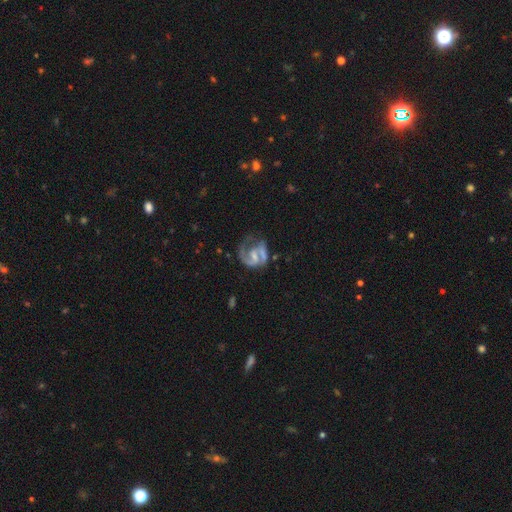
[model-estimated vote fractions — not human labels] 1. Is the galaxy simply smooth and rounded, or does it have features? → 83% featured or disk, 11% smooth, 6% star or artifact.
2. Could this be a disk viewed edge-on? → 98% no, 2% yes.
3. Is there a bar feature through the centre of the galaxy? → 47% weak, 31% no, 22% strong.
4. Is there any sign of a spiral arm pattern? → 93% yes, 7% no.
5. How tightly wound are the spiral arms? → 52% medium, 25% tight, 23% loose.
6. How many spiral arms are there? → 69% 2, 21% 1, 5% can't tell, 2% 3, 1% 4, 1% more than 4.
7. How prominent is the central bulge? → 42% small, 27% moderate, 26% none, 4% large, 1% dominant.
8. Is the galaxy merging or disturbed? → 44% none, 28% major disturbance, 21% minor disturbance, 7% merger.